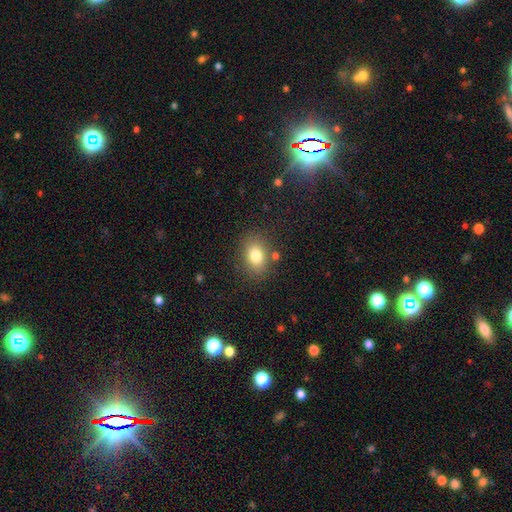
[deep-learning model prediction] smooth 80%, star or artifact 10%, featured or disk 10%. Down the decision tree: how rounded — in between (69%); merging — none (80%).